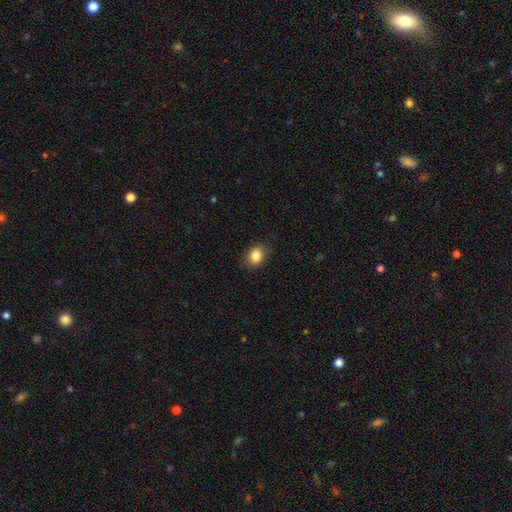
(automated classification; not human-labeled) Overall: smooth (85%). How rounded: in between (50%; round 49%). Merging: none (85%).